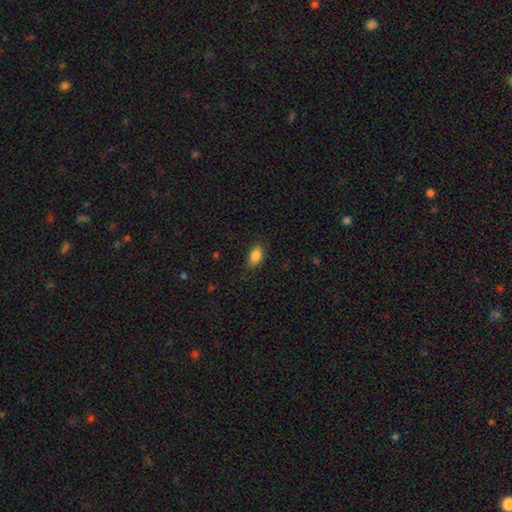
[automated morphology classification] Smooth or featured: smooth — 87% (star or artifact — 8%)
How rounded: in between — 90% (round — 7%)
Merging: none — 81% (minor disturbance — 15%)